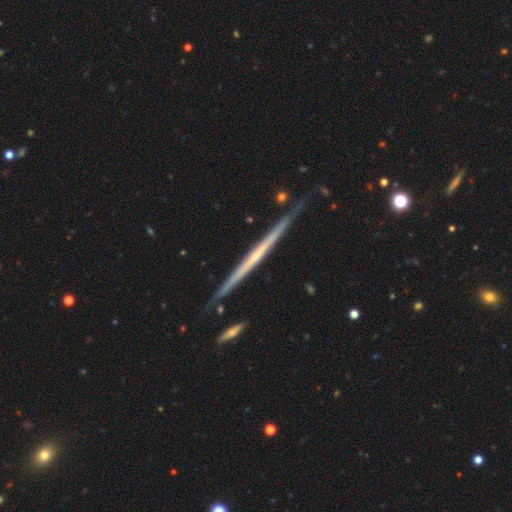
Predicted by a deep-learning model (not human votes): Overall: featured or disk (77%). Edge-on disk: yes (98%). Edge-on bulge: none (71%). Merging: none (82%).